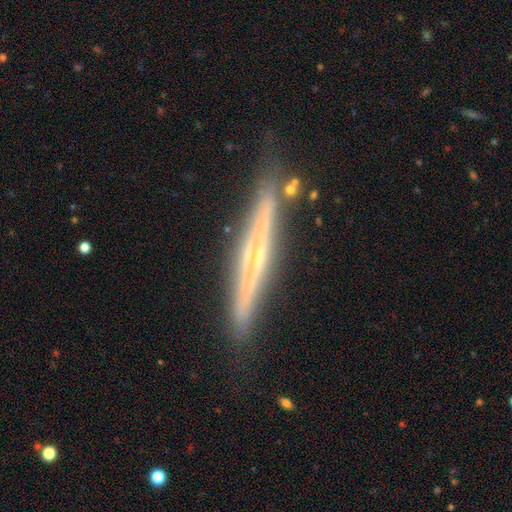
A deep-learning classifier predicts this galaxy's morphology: Smooth or featured?
  - featured or disk: 78% *
  - smooth: 16%
  - star or artifact: 6%
Edge-on disk?
  - yes: 96% *
  - no: 4%
Edge-on bulge?
  - rounded: 58% *
  - none: 35%
  - boxy: 7%
Merging?
  - none: 83% *
  - minor disturbance: 12%
  - merger: 3%
  - major disturbance: 2%